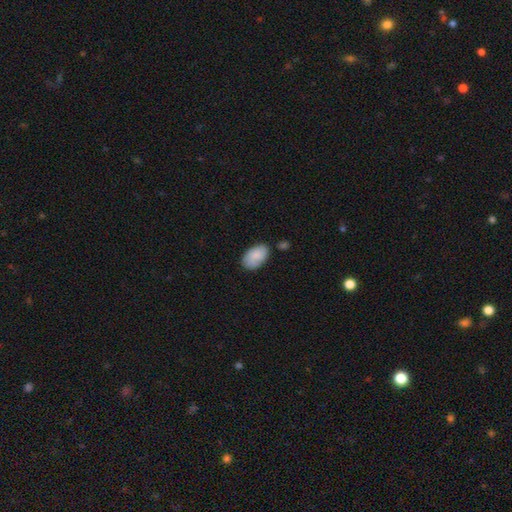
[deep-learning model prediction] smooth-or-featured: smooth: 84% | featured or disk: 9% | star or artifact: 6%
  how-rounded: in between: 94% | round: 5% | cigar-shaped: 1%
  merging: none: 73% | minor disturbance: 19% | merger: 4% | major disturbance: 4%